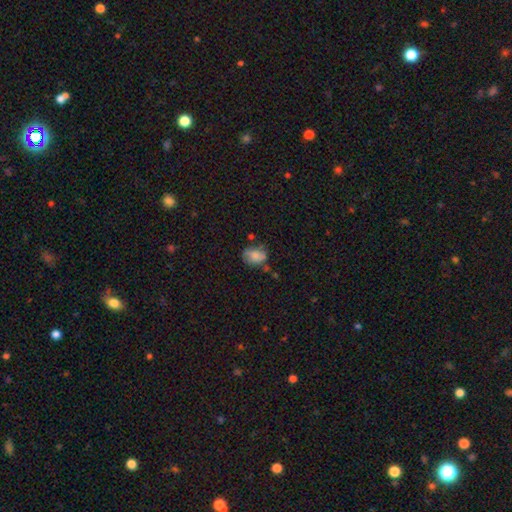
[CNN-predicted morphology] smooth 69%, featured or disk 21%, star or artifact 10%. Down the decision tree: how rounded — in between (58%); merging — none (47%).